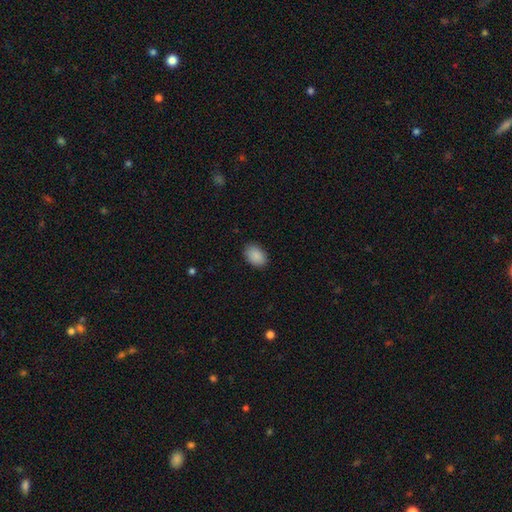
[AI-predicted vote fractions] Overall: smooth (90%). How rounded: in between (86%). Merging: none (88%).